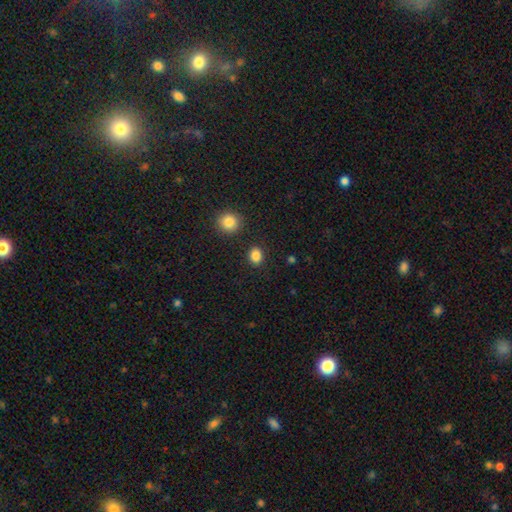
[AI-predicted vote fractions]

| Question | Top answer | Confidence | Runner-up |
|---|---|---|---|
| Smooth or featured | smooth | 86% | star or artifact (11%) |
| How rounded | round | 58% | in between (41%) |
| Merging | none | 88% | minor disturbance (7%) |